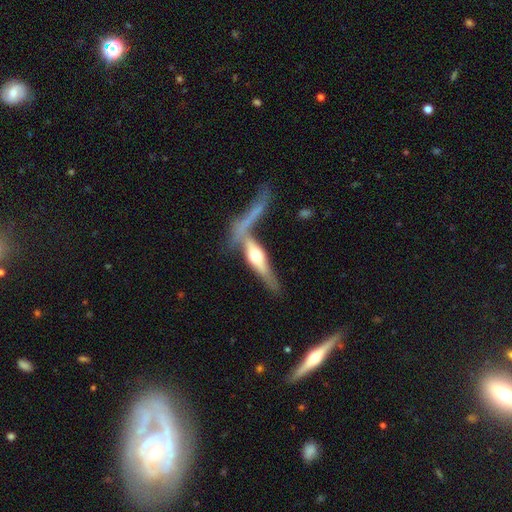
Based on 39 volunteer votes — Overall: featured or disk (74%). Edge-on disk: yes (97%). Edge-on bulge: rounded (93%). Merging: none (47%; merger 37%).